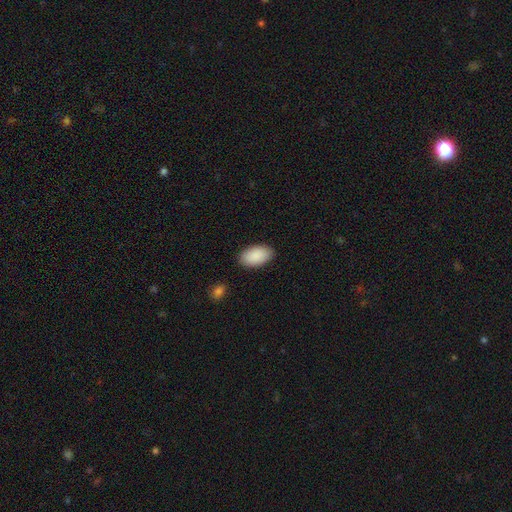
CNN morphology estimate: Smooth or featured? Predicted: smooth (p=0.90). How rounded? Predicted: in between (p=0.95). Merging? Predicted: none (p=0.88).